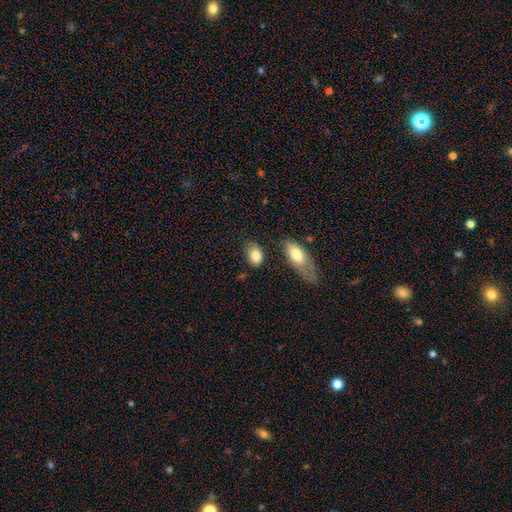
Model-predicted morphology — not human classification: Smooth or featured? smooth (83%)
How rounded? in between (77%)
Merging? none (67%)